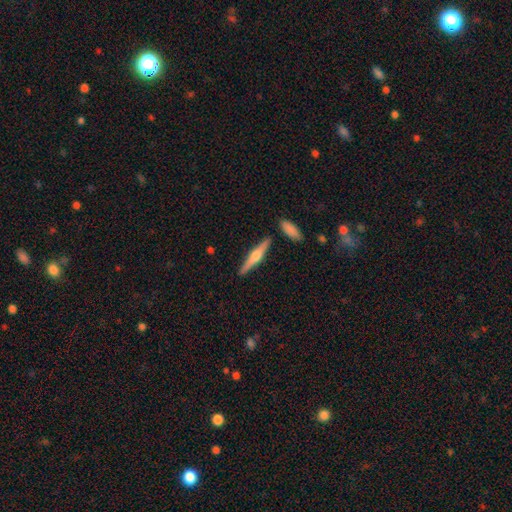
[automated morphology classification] Q: Smooth or featured?
A: featured or disk (64%); runner-up: smooth (31%)
Q: Edge-on disk?
A: yes (97%); runner-up: no (3%)
Q: Edge-on bulge?
A: rounded (91%); runner-up: boxy (5%)
Q: Merging?
A: none (87%); runner-up: minor disturbance (8%)